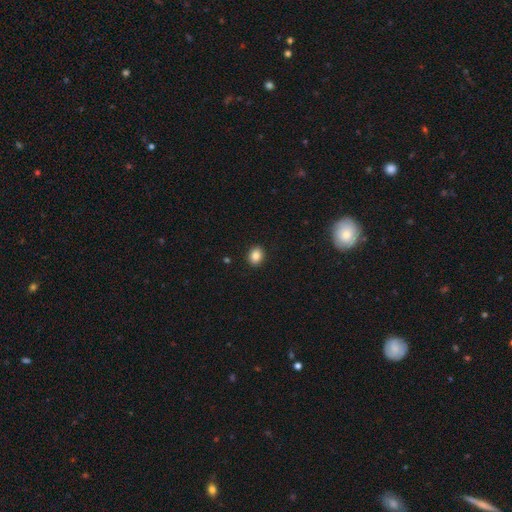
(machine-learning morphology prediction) A smooth galaxy with no disk features (85%) that is round (52%).

Vote fractions:
- Smooth or featured? smooth: 85% / star or artifact: 10% / featured or disk: 5%
- How rounded? round: 52% / in between: 47% / cigar-shaped: 1%
- Merging? none: 91% / minor disturbance: 6% / major disturbance: 2% / merger: 1%